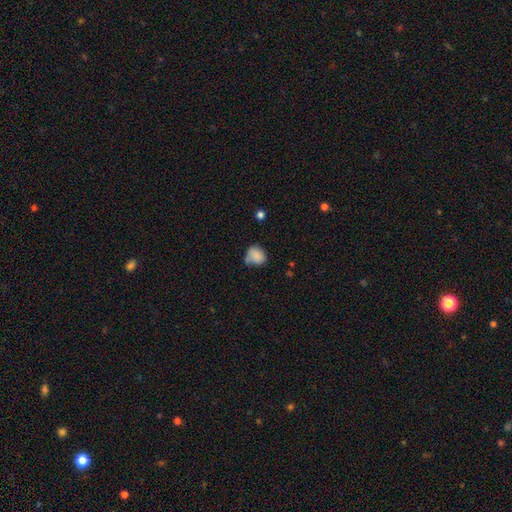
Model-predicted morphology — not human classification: A smooth galaxy with no disk features (84%) that is round (59%). Merging: none (54%).